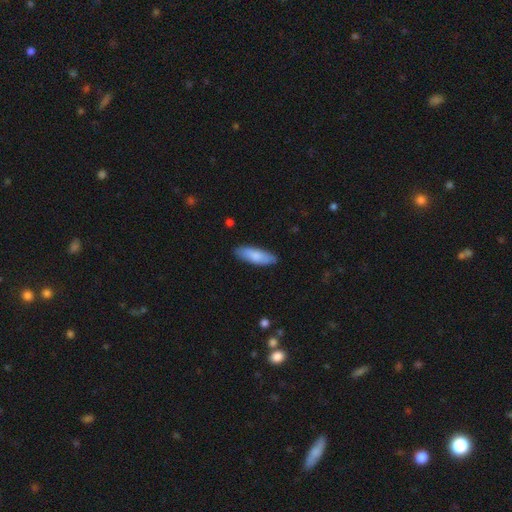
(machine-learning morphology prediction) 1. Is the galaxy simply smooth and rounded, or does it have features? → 81% smooth, 14% featured or disk, 5% star or artifact.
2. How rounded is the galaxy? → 55% in between, 44% cigar-shaped, 2% round.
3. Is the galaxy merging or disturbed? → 85% none, 12% minor disturbance, 2% major disturbance, 1% merger.